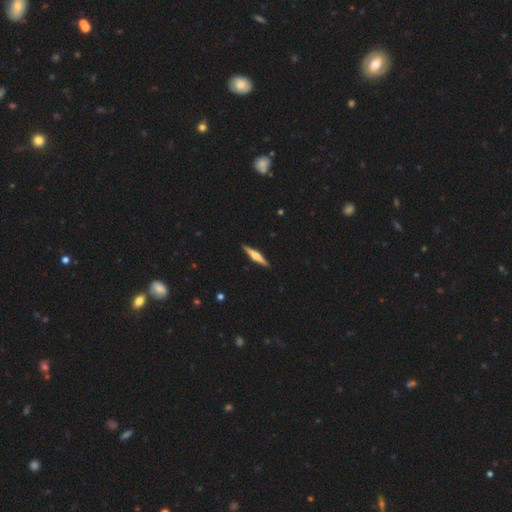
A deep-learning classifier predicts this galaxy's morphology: Overall: featured or disk (57%; smooth 38%). Edge-on disk: yes (97%). Edge-on bulge: rounded (73%). Merging: none (91%).